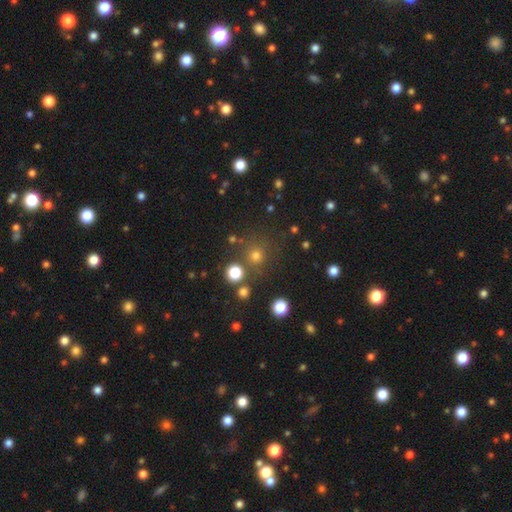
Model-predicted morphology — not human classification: The model was most divided on "smooth or featured": smooth: 68%, star or artifact: 25%, featured or disk: 7%. More confident: how rounded — round (93%); merging — none (80%).